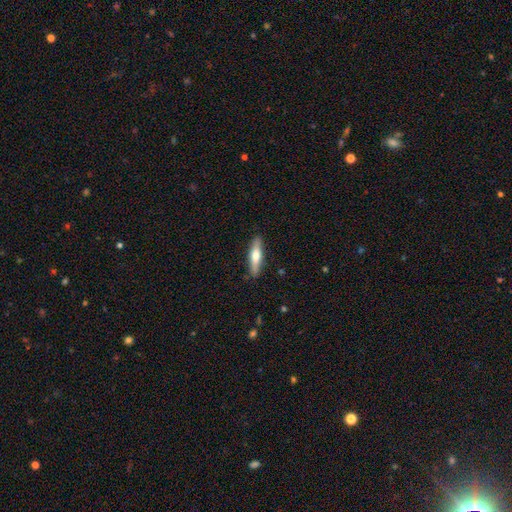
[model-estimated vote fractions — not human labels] Smooth or featured? Predicted: smooth (p=0.54). How rounded? Predicted: cigar-shaped (p=0.75). Merging? Predicted: none (p=0.88).